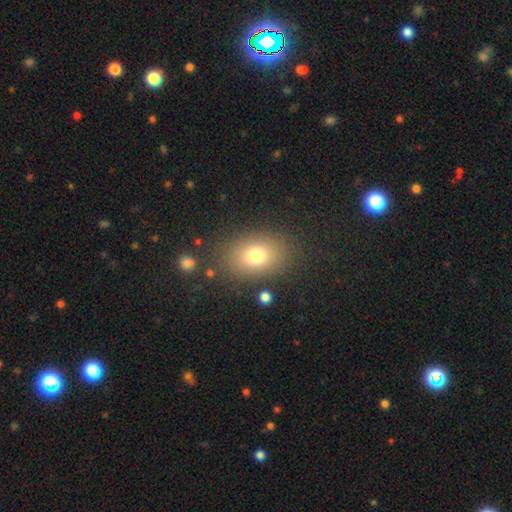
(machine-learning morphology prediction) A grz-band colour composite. It shows a smooth galaxy with no disk features (75%) that is in between round and cigar-shaped (75%). Merging: none (82%).